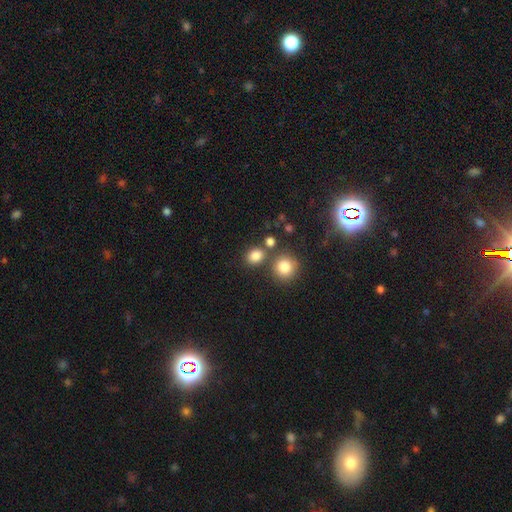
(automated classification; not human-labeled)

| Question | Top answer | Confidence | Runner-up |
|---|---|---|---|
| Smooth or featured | smooth | 82% | star or artifact (12%) |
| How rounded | round | 57% | in between (42%) |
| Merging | none | 68% | merger (17%) |